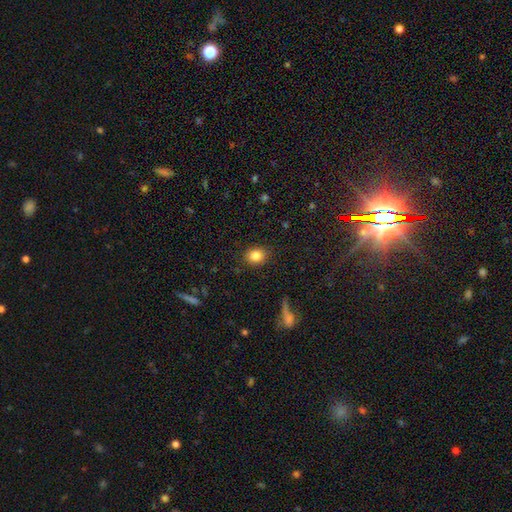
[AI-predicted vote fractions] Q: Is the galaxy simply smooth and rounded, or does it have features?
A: smooth — 84%.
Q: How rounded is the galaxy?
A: round — 62%.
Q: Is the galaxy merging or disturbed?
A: none — 88%.